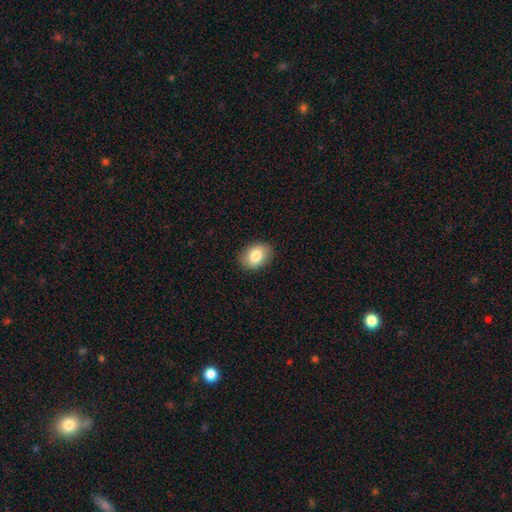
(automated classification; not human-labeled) Morphology: type=smooth (83%); roundness=in between (74%); merging=none (88%).